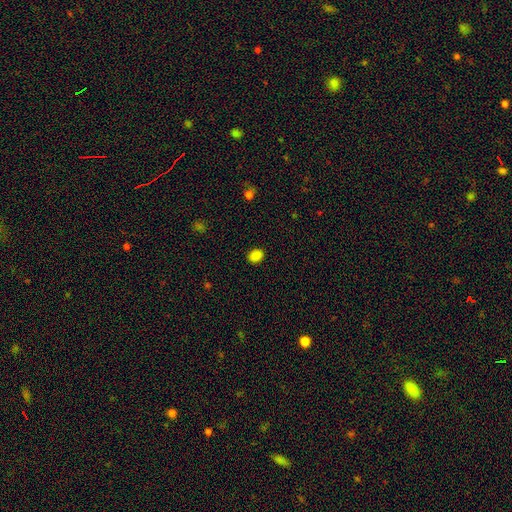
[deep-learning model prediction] Overall: smooth (86%). How rounded: in between (53%; round 46%). Merging: none (89%).